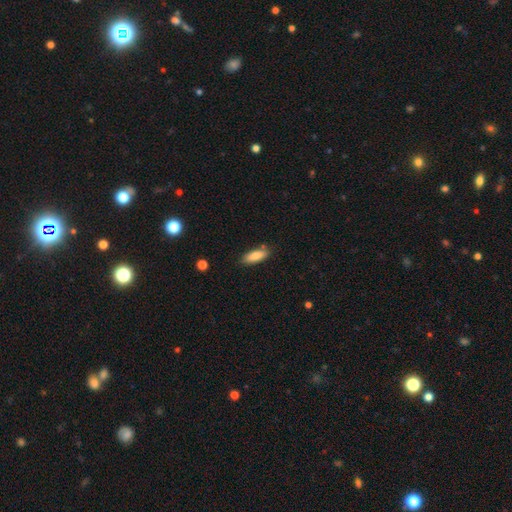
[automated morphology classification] smooth_or_featured: smooth (p=0.84) [alt: featured or disk p=0.09]
how_rounded: in between (p=0.66) [alt: cigar-shaped p=0.32]
merging: none (p=0.79) [alt: minor disturbance p=0.14]